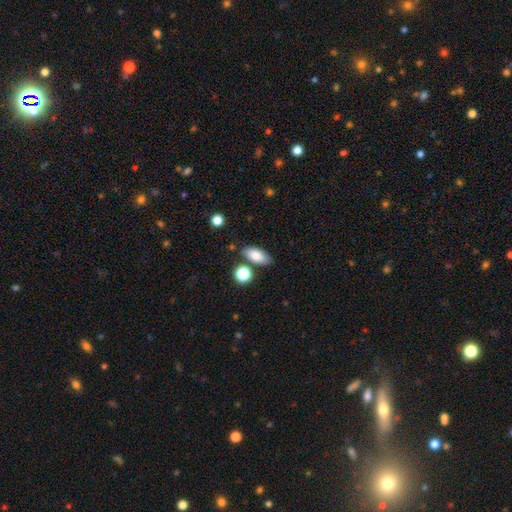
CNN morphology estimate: smooth_or_featured: smooth (p=0.81) [alt: featured or disk p=0.11]
how_rounded: in between (p=0.84) [alt: cigar-shaped p=0.11]
merging: none (p=0.76) [alt: minor disturbance p=0.12]